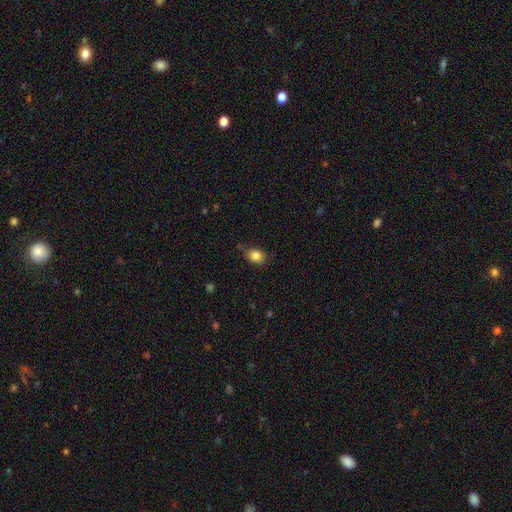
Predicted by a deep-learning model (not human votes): smooth 84%, star or artifact 10%, featured or disk 6%. Down the decision tree: how rounded — in between (56%); merging — none (71%).